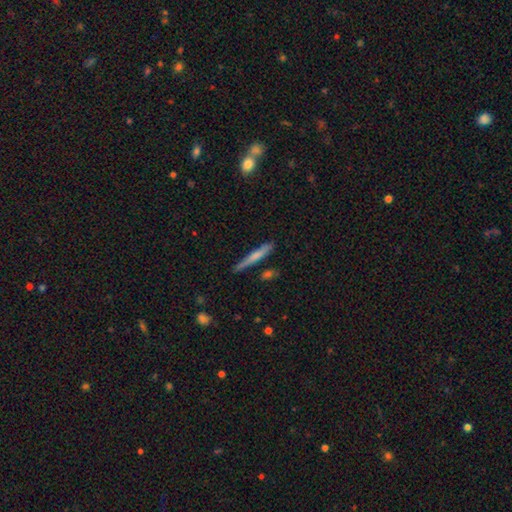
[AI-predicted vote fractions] A smooth galaxy with no disk features (60%) that is cigar-shaped (94%). Merging: none (79%).